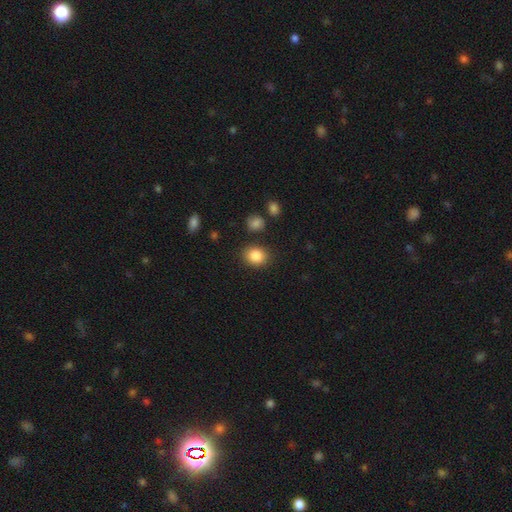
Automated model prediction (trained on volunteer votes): Morphology: type=smooth (86%); roundness=round (58%); merging=none (85%).